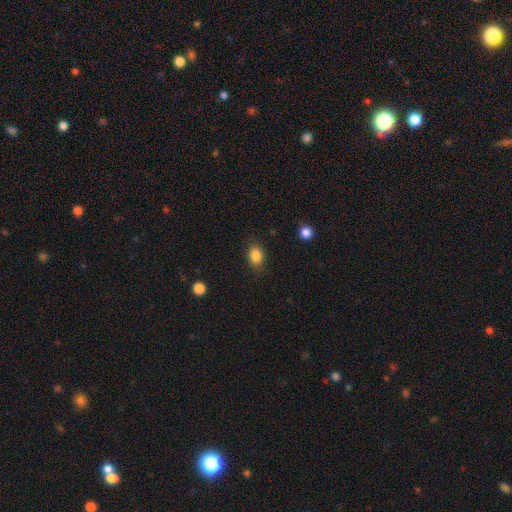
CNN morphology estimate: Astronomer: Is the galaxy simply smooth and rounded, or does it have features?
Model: smooth — 85%.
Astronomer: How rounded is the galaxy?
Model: in between — 73%.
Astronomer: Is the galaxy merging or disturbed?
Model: none — 84%.